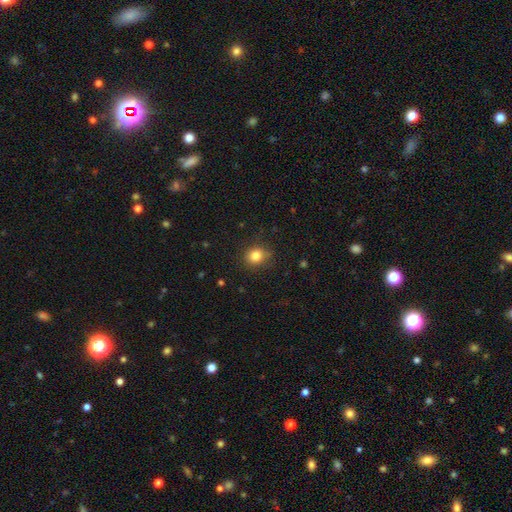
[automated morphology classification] Overall: smooth (83%). How rounded: round (72%). Merging: none (81%).